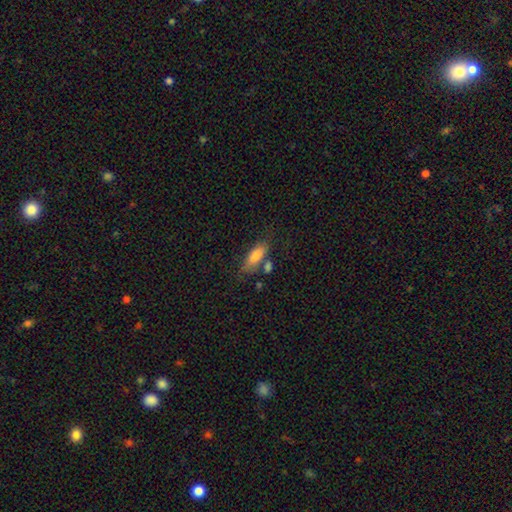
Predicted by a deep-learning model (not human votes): smooth_or_featured: smooth (p=0.76) [alt: featured or disk p=0.16]
how_rounded: in between (p=0.69) [alt: cigar-shaped p=0.28]
merging: none (p=0.60) [alt: minor disturbance p=0.18]